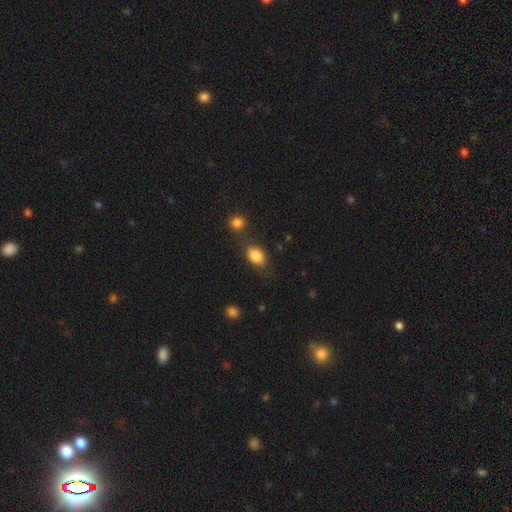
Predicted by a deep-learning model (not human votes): smooth-or-featured: smooth: 85% | star or artifact: 9% | featured or disk: 7%
  how-rounded: in between: 80% | round: 18% | cigar-shaped: 2%
  merging: none: 68% | minor disturbance: 15% | merger: 11% | major disturbance: 6%